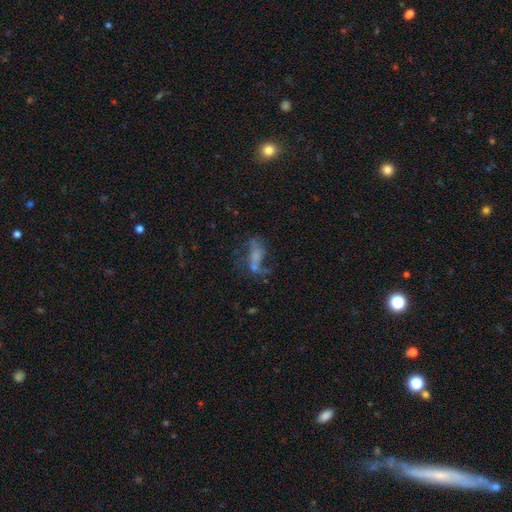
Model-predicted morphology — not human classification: type=featured or disk (50%); edge-on=no (91%); merging=none (38%).